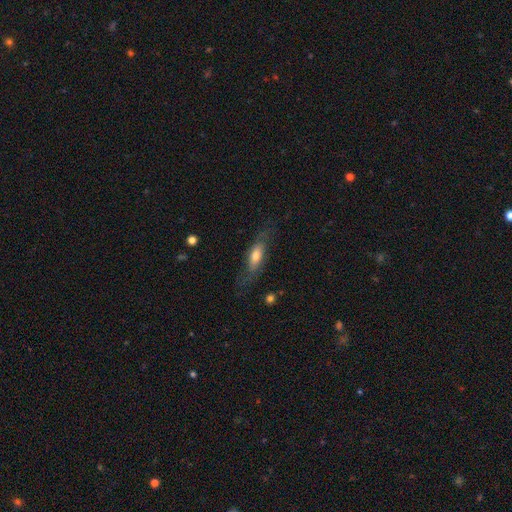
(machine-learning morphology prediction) Smooth or featured: smooth — 48% (featured or disk — 45%)
Merging: none — 66% (minor disturbance — 20%)